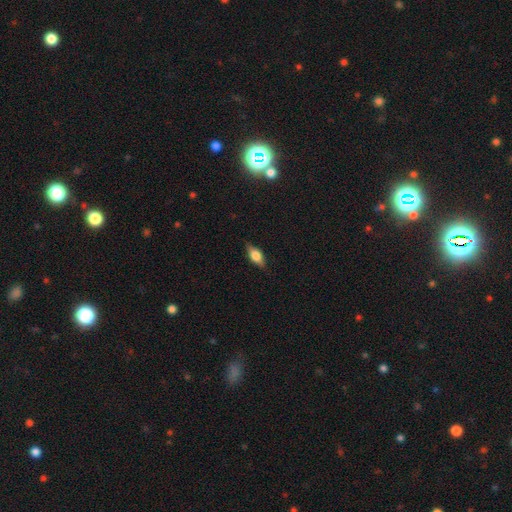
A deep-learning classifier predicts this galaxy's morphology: smooth 57%, featured or disk 35%, star or artifact 8%. Down the decision tree: how rounded — in between (78%); merging — none (83%).